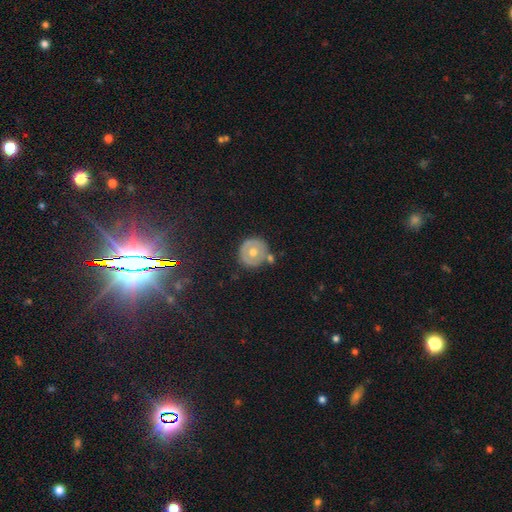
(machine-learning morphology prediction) smooth_or_featured: smooth (p=0.41) [alt: featured or disk p=0.40]
merging: none (p=0.79) [alt: minor disturbance p=0.12]